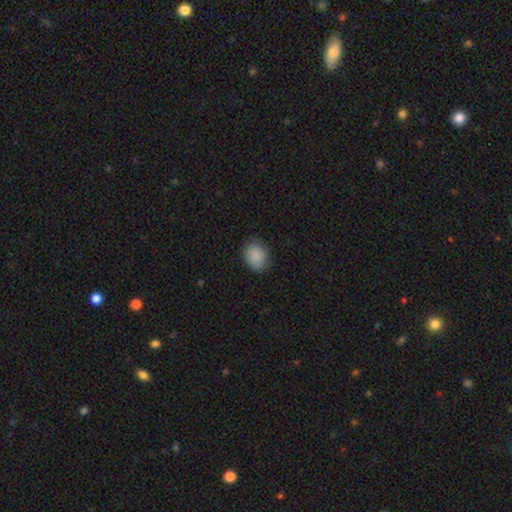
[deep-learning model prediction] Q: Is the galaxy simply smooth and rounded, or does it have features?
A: smooth — 87%.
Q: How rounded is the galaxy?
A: round — 51%.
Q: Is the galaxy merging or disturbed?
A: none — 80%.